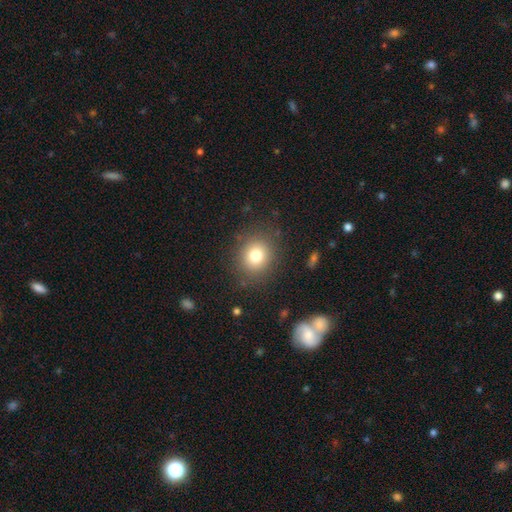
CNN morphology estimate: smooth 78%, star or artifact 13%, featured or disk 9%. Down the decision tree: how rounded — round (80%); merging — none (86%).